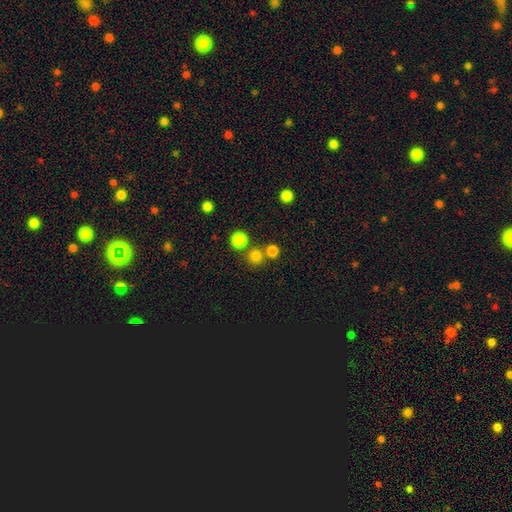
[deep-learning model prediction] This is likely a smooth galaxy (78%). How rounded: clearly round (92%). Merging: likely none (72%).